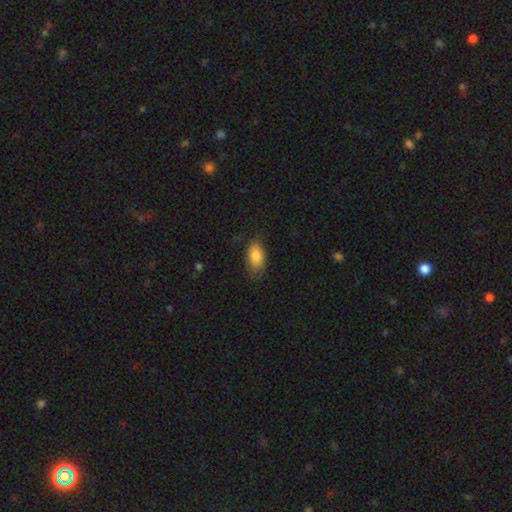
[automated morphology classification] A smooth galaxy with no disk features (84%) that is in between round and cigar-shaped (90%).

Vote fractions:
- Smooth or featured? smooth: 84% / featured or disk: 9% / star or artifact: 7%
- How rounded? in between: 90% / round: 6% / cigar-shaped: 4%
- Merging? none: 71% / minor disturbance: 22% / major disturbance: 6% / merger: 1%